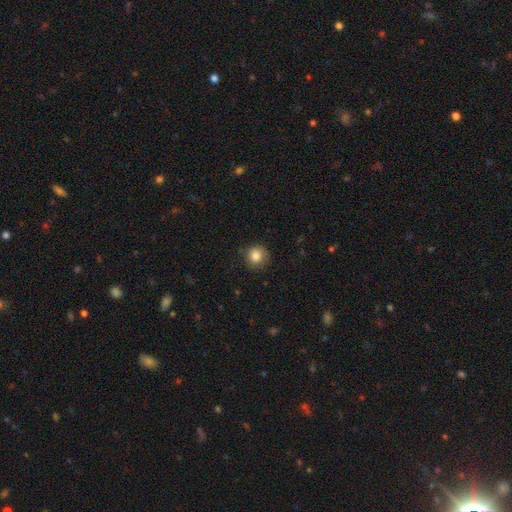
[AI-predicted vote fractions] This is clearly a smooth galaxy (83%). How rounded: clearly round (92%). Merging: clearly none (83%).